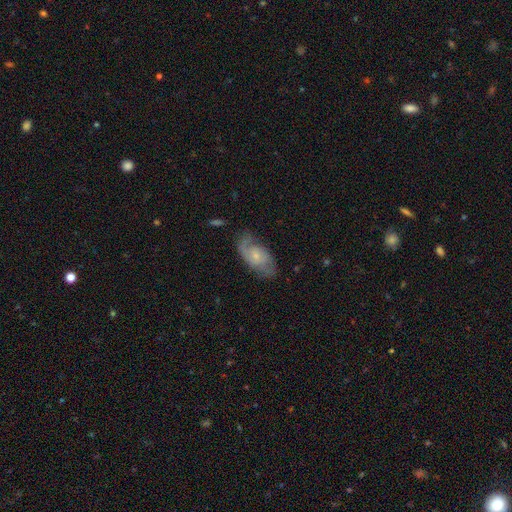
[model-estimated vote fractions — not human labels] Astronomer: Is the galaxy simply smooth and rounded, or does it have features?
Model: featured or disk — 69%.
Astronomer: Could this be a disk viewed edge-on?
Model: no — 95%.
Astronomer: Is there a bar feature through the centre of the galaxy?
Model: no — 68%.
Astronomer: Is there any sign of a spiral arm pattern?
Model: yes — 90%.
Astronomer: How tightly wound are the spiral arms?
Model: medium — 46% (runner-up: tight, 30%).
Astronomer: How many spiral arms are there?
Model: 2 — 70%.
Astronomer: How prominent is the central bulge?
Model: small — 62%.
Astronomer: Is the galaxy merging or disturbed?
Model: none — 67%.